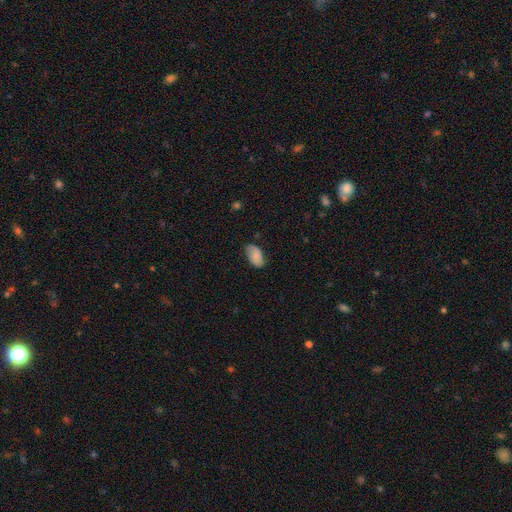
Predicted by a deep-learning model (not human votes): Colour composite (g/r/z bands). It shows a smooth galaxy with no disk features (74%) that is in between round and cigar-shaped (93%). Merging: none (66%).